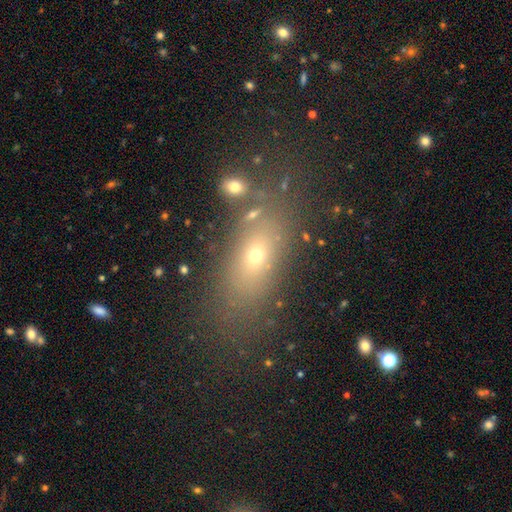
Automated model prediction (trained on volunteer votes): Smooth or featured? smooth (61%)
How rounded? in between (73%)
Merging? none (70%)